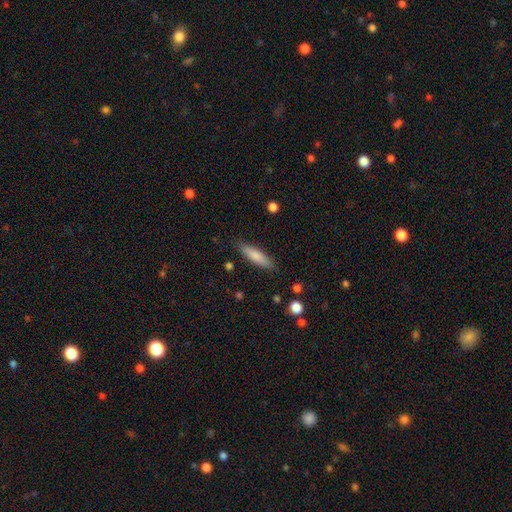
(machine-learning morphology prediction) The model was most divided on "how rounded": cigar-shaped: 68%, in between: 30%, round: 2%. More confident: merging — none (85%); smooth or featured — smooth (78%).